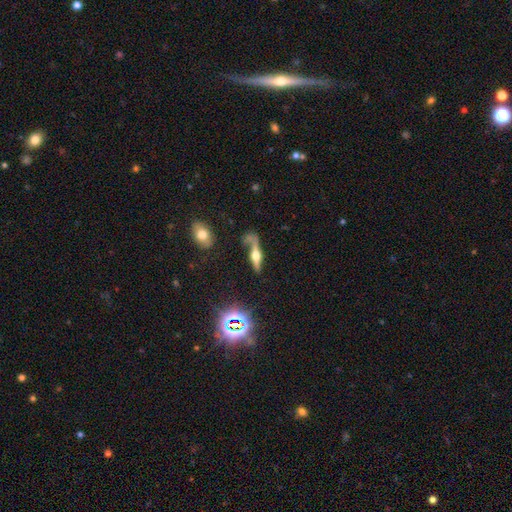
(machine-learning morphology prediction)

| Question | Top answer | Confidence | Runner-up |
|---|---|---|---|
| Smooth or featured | featured or disk | 62% | smooth (26%) |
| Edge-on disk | yes | 82% | no (18%) |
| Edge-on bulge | rounded | 93% | boxy (5%) |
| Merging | none | 52% | minor disturbance (20%) |